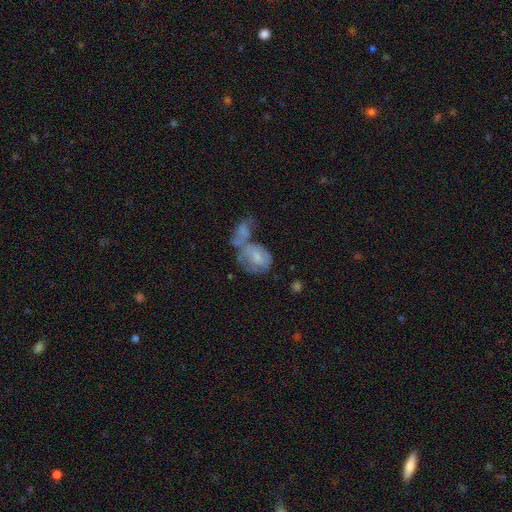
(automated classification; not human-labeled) Smooth or featured?
  - smooth: 49% *
  - featured or disk: 42%
  - star or artifact: 9%
Merging?
  - merger: 56% *
  - none: 18%
  - major disturbance: 14%
  - minor disturbance: 12%